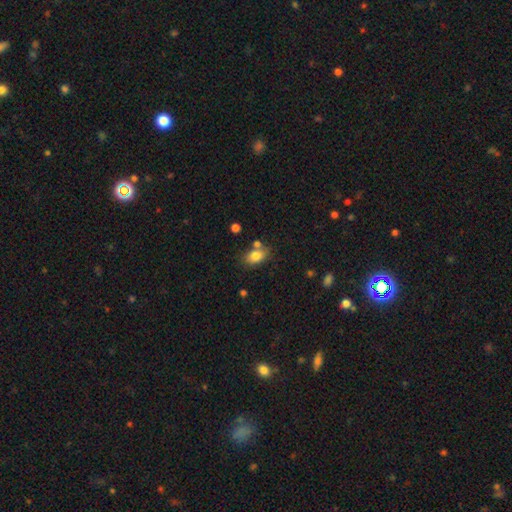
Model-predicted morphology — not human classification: type=smooth (82%); roundness=in between (82%); merging=none (66%).